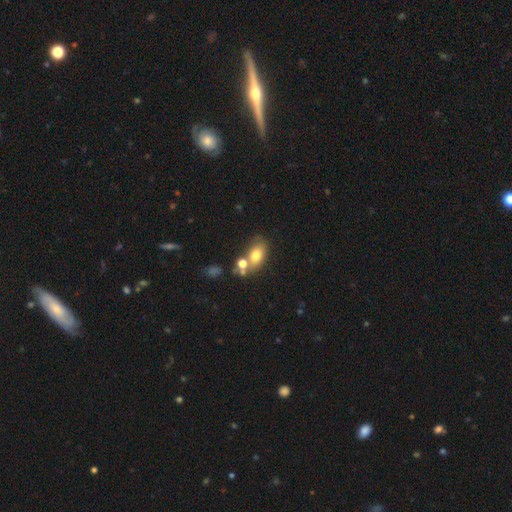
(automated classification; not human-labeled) Q: Smooth or featured?
A: smooth (73%); runner-up: featured or disk (16%)
Q: How rounded?
A: in between (81%); runner-up: round (17%)
Q: Merging?
A: none (48%); runner-up: merger (34%)